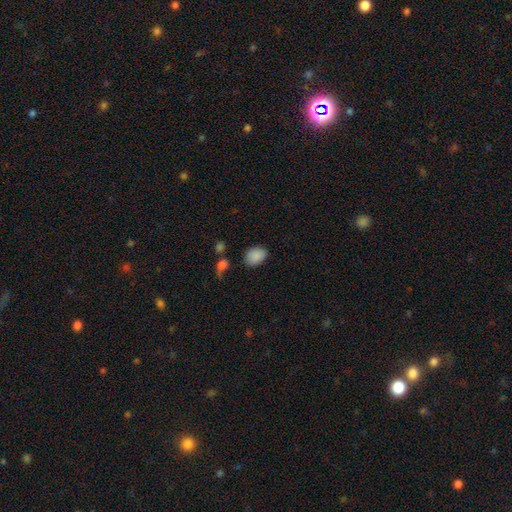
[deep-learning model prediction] smooth-or-featured: smooth: 87% | star or artifact: 8% | featured or disk: 5%
  how-rounded: in between: 79% | round: 20% | cigar-shaped: 1%
  merging: none: 75% | minor disturbance: 18% | major disturbance: 4% | merger: 3%